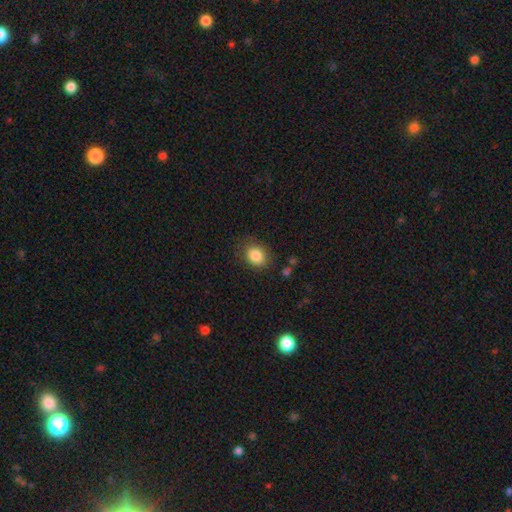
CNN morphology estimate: Smooth or featured? smooth (85%)
How rounded? round (55%)
Merging? none (80%)